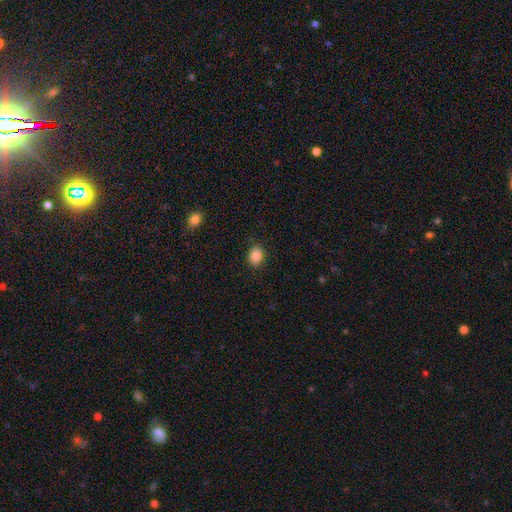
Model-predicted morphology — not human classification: A smooth galaxy with no disk features (86%) that is in between round and cigar-shaped (55%). Merging: none (88%).